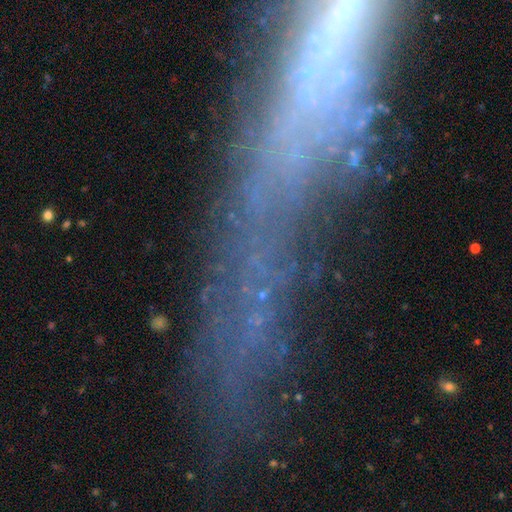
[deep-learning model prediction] Smooth or featured: featured or disk — 40% (star or artifact — 38%)
Merging: none — 58% (minor disturbance — 18%)